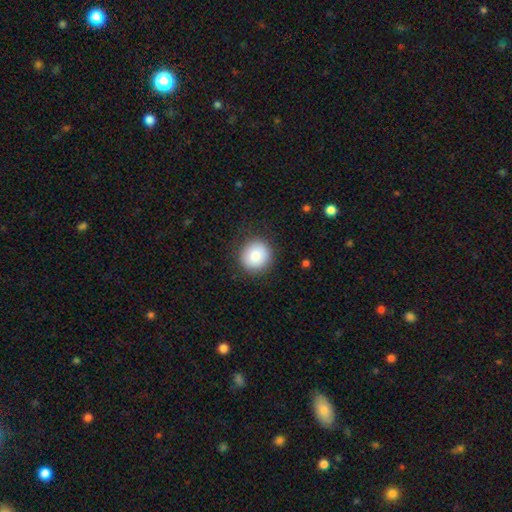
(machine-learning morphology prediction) Smooth or featured: smooth — 81% (featured or disk — 11%)
How rounded: round — 93% (in between — 7%)
Merging: none — 89% (minor disturbance — 7%)